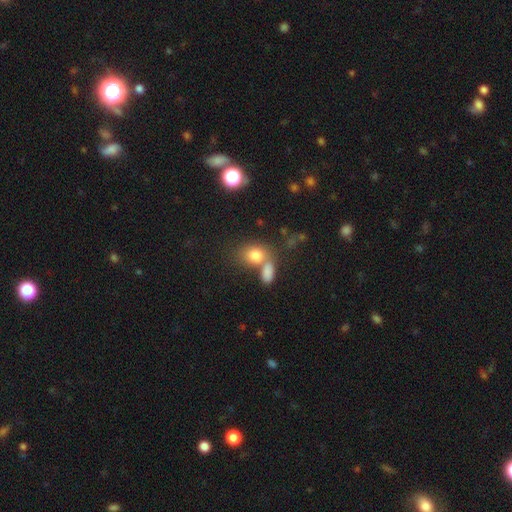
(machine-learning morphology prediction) smooth 76%, star or artifact 13%, featured or disk 11%. Down the decision tree: how rounded — in between (59%); merging — none (43%).